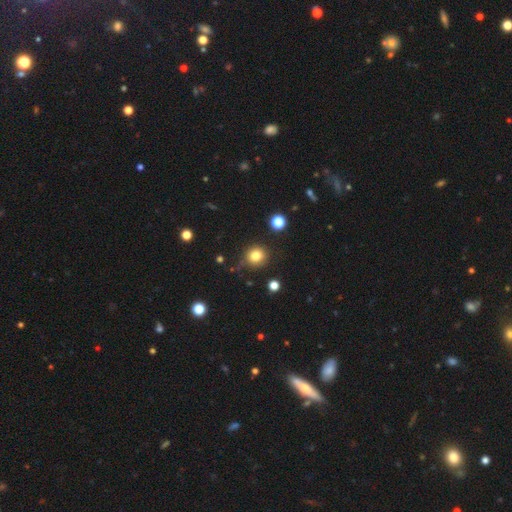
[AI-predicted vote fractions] Smooth or featured? smooth (81%)
How rounded? round (89%)
Merging? none (81%)